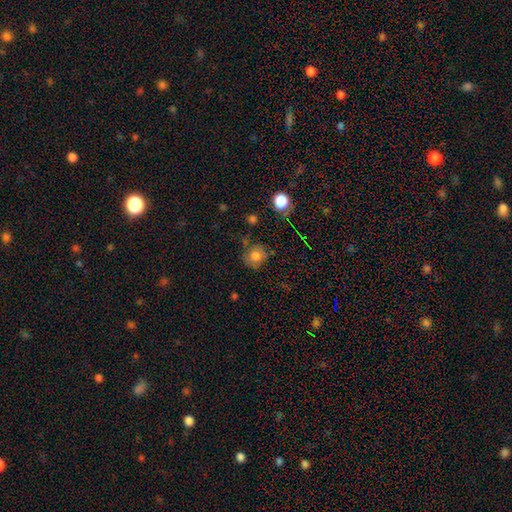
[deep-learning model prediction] This appears to be a smooth galaxy with no disk features (74%) that is round (80%). Merging: none (64%).